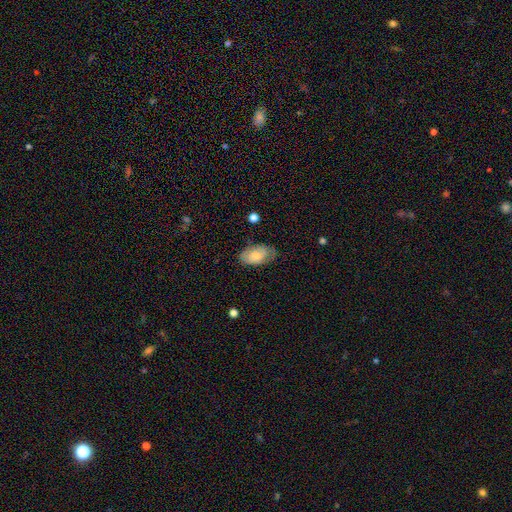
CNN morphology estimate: Smooth or featured?
  - smooth: 67% *
  - featured or disk: 26%
  - star or artifact: 7%
How rounded?
  - in between: 93% *
  - round: 6%
  - cigar-shaped: 2%
Merging?
  - none: 66% *
  - minor disturbance: 25%
  - major disturbance: 7%
  - merger: 1%